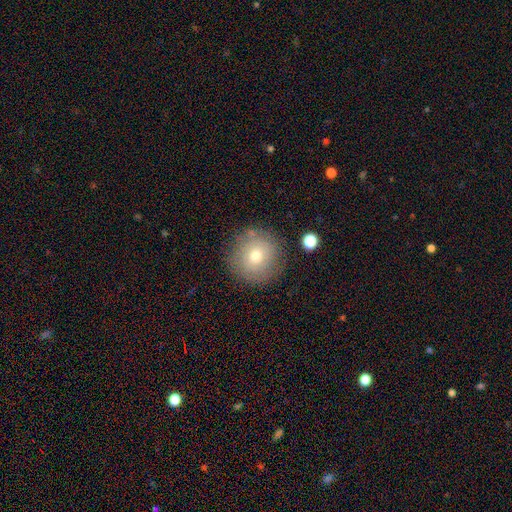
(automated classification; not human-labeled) Morphology: type=smooth (72%); roundness=round (94%); merging=none (83%).